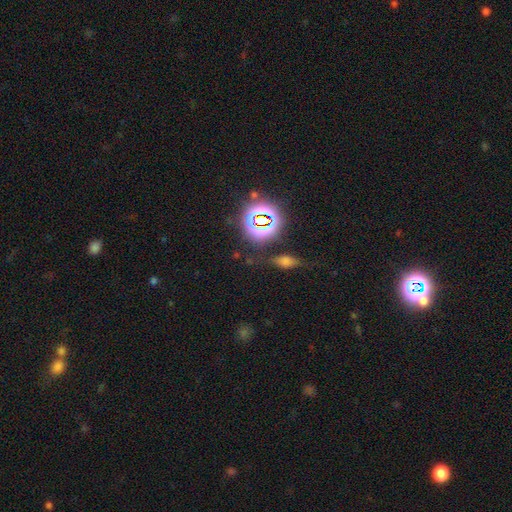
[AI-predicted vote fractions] Morphology: type=star or artifact (74%).